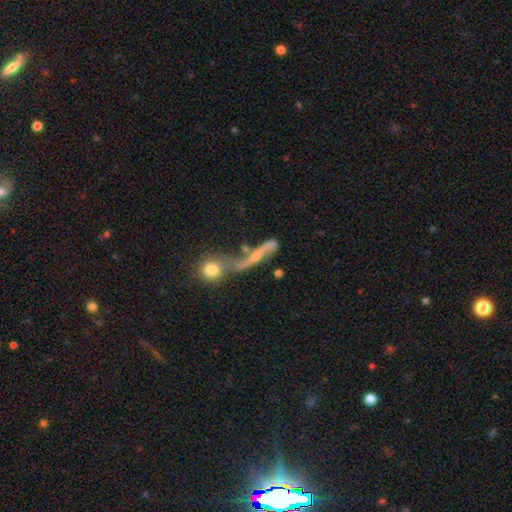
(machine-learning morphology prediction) A featured or disk galaxy (59%). Merging: merger (39%).